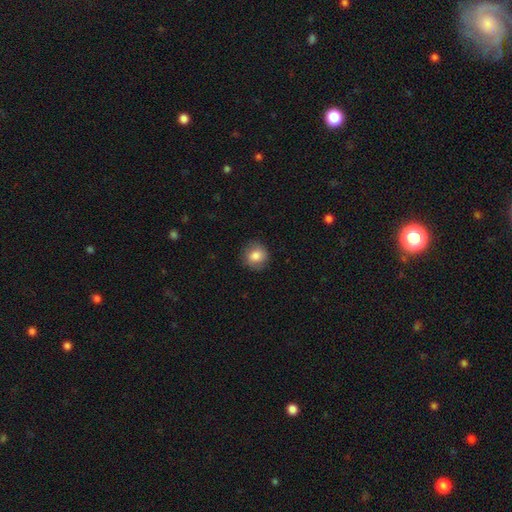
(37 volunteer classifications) Smooth or featured? smooth (89%)
How rounded? round (85%)
Merging? none (81%)